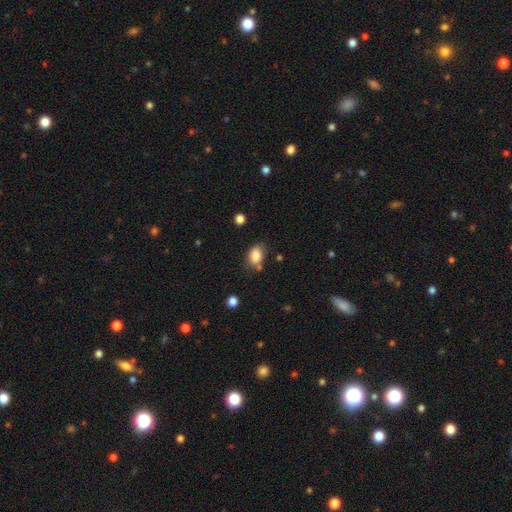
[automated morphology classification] The model was most divided on "merging": none: 65%, minor disturbance: 21%, merger: 8%, major disturbance: 5%. More confident: smooth or featured — smooth (84%); how rounded — in between (77%).